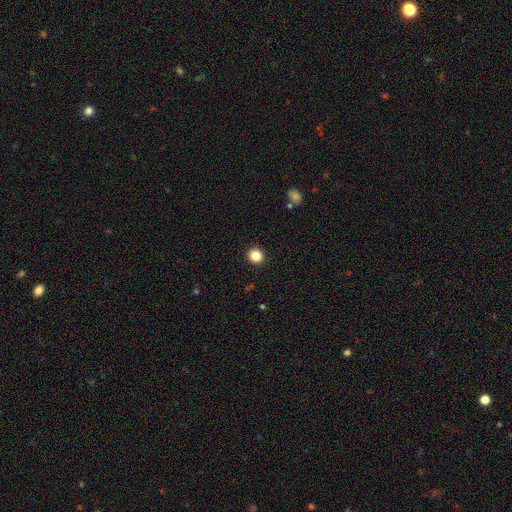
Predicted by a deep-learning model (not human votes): Overall: smooth (85%). How rounded: round (89%). Merging: none (92%).